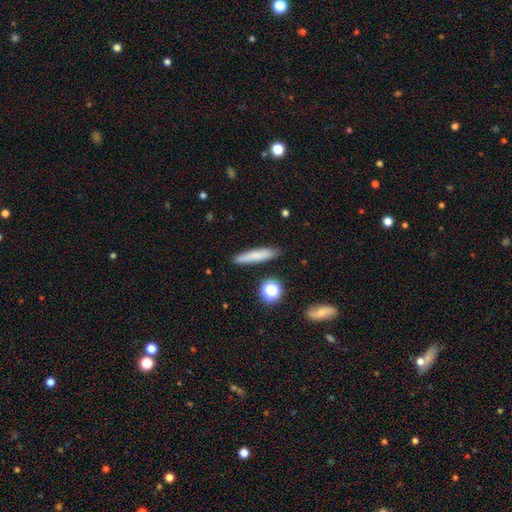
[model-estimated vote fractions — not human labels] Smooth or featured?
  - smooth: 73% *
  - featured or disk: 18%
  - star or artifact: 9%
How rounded?
  - cigar-shaped: 89% *
  - in between: 9%
  - round: 3%
Merging?
  - none: 88% *
  - minor disturbance: 8%
  - merger: 2%
  - major disturbance: 2%